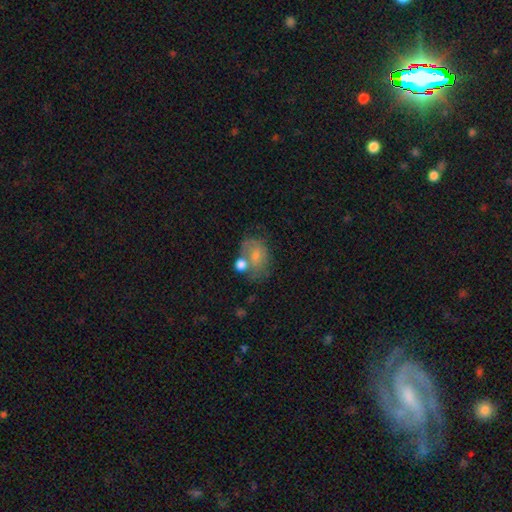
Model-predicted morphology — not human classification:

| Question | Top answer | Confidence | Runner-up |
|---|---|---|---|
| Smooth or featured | smooth | 59% | featured or disk (30%) |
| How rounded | in between | 68% | round (30%) |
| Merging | none | 36% | merger (28%) |